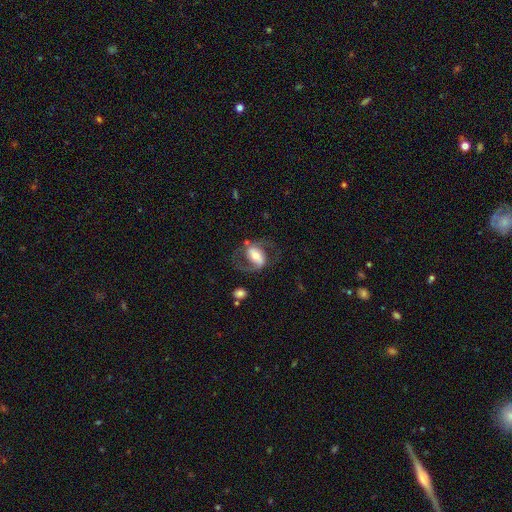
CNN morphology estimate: This is likely a featured or disk galaxy (72%). It is clearly not viewed edge-on (95%). Bar: marginally strong (44%). Spiral arm pattern: clearly yes (87%). Spiral arm count: clearly 2 (86%). Spiral winding: possibly medium (51%). Central bulge: possibly moderate (52%). Merging: possibly none (59%).